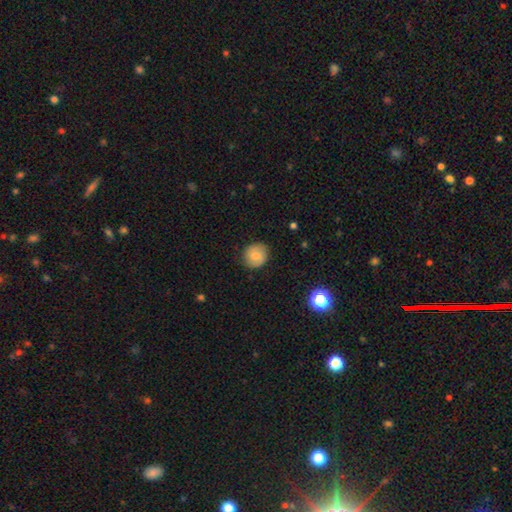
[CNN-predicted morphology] smooth-or-featured: smooth: 67% | featured or disk: 25% | star or artifact: 8%
  how-rounded: round: 84% | in between: 15% | cigar-shaped: 1%
  merging: none: 83% | minor disturbance: 13% | major disturbance: 3% | merger: 1%